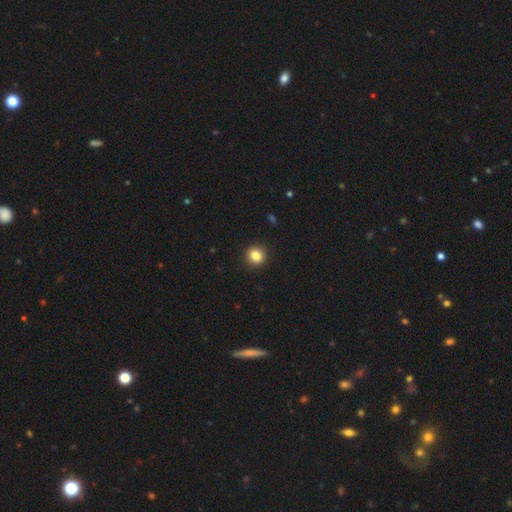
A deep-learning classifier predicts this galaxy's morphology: Overall: smooth (84%). How rounded: round (83%). Merging: none (90%).